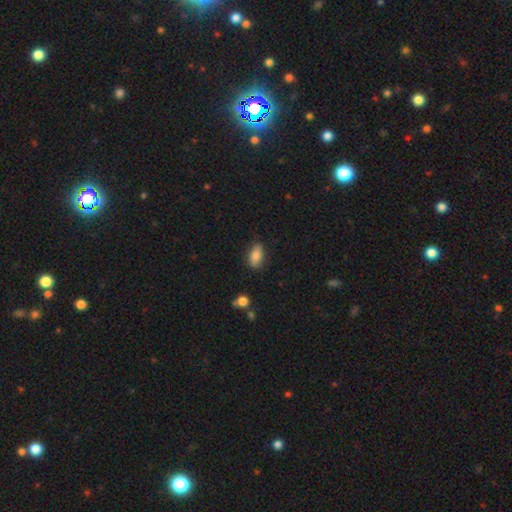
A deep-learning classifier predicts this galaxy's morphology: smooth-or-featured: smooth: 78% | featured or disk: 14% | star or artifact: 8%
  how-rounded: in between: 88% | cigar-shaped: 7% | round: 6%
  merging: none: 77% | minor disturbance: 18% | major disturbance: 3% | merger: 2%